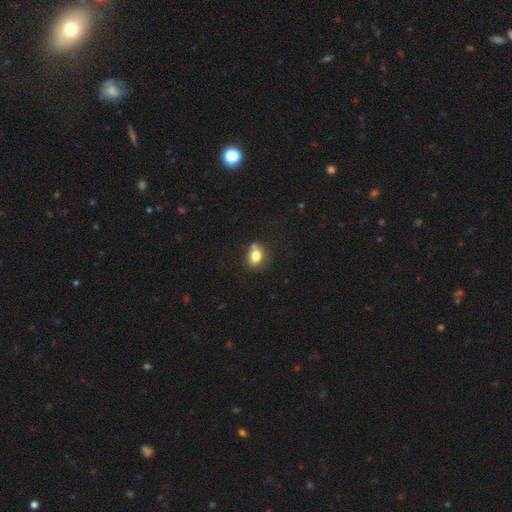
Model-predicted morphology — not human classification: Smooth or featured? Predicted: smooth (p=0.80). How rounded? Predicted: in between (p=0.52). Merging? Predicted: none (p=0.63).